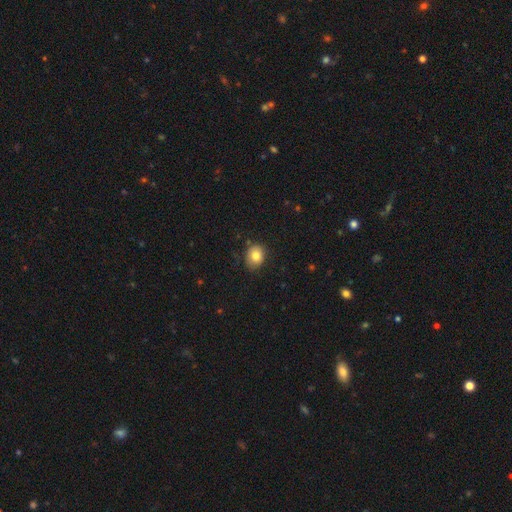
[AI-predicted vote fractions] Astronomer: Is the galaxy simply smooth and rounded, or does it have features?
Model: smooth — 81%.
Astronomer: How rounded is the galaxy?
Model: round — 57% (runner-up: in between, 42%).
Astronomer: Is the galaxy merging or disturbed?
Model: none — 80%.